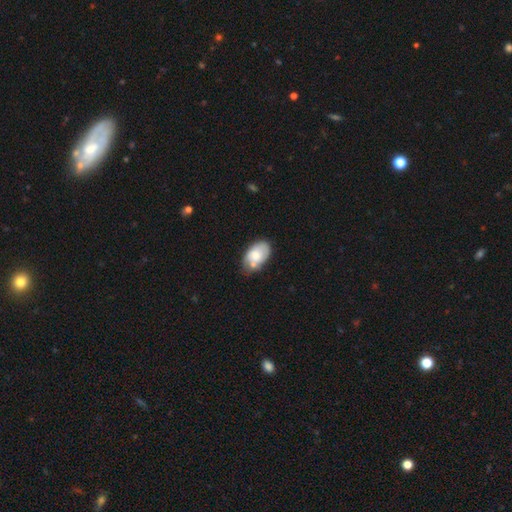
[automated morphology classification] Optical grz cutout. It shows a smooth galaxy with no disk features (66%) that is in between round and cigar-shaped (91%). Merging: none (52%).